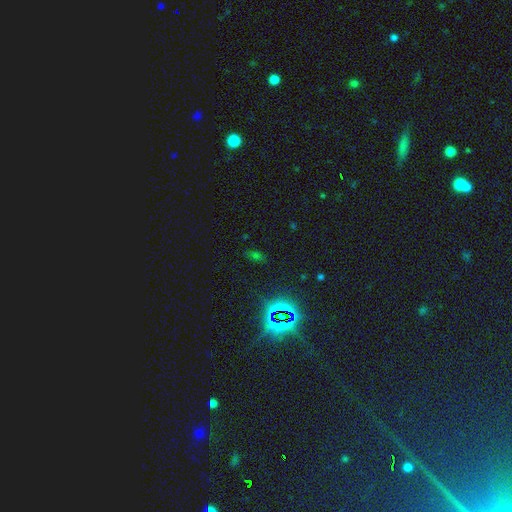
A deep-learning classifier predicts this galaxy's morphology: star or artifact 66%, smooth 24%, featured or disk 10%.